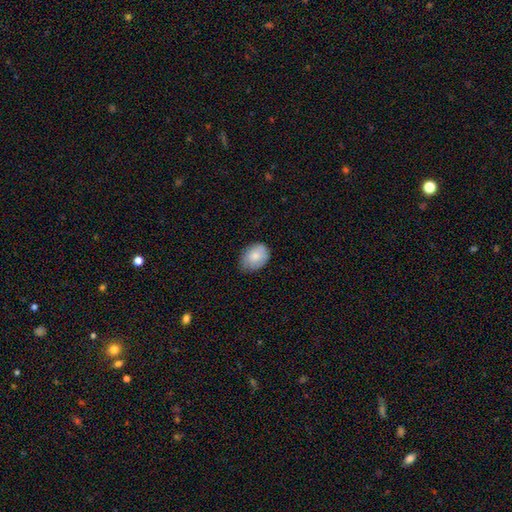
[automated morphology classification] Smooth or featured?
  - smooth: 80% *
  - featured or disk: 13%
  - star or artifact: 7%
How rounded?
  - in between: 74% *
  - round: 25%
  - cigar-shaped: 1%
Merging?
  - none: 73% *
  - minor disturbance: 23%
  - major disturbance: 3%
  - merger: 1%